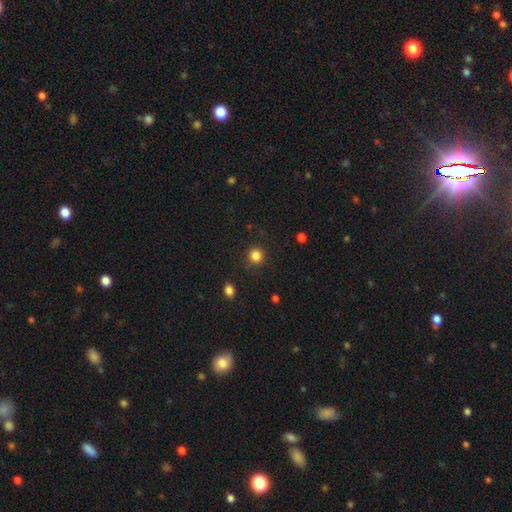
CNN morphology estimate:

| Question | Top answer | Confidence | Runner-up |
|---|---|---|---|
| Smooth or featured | smooth | 84% | star or artifact (12%) |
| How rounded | round | 91% | in between (8%) |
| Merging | none | 88% | minor disturbance (8%) |